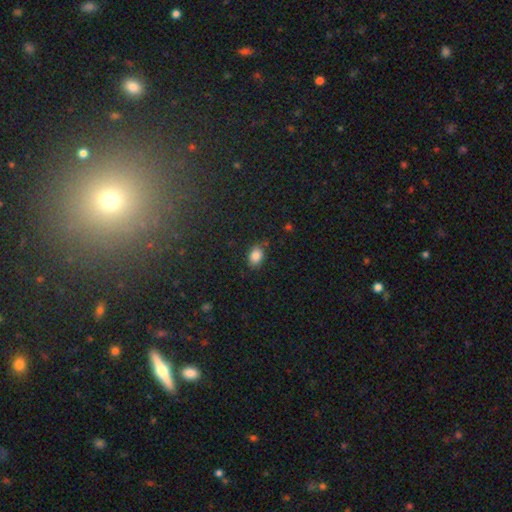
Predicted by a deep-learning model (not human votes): Smooth or featured?
  - smooth: 85% *
  - star or artifact: 10%
  - featured or disk: 6%
How rounded?
  - in between: 79% *
  - round: 20%
  - cigar-shaped: 1%
Merging?
  - none: 77% *
  - minor disturbance: 18%
  - major disturbance: 3%
  - merger: 2%